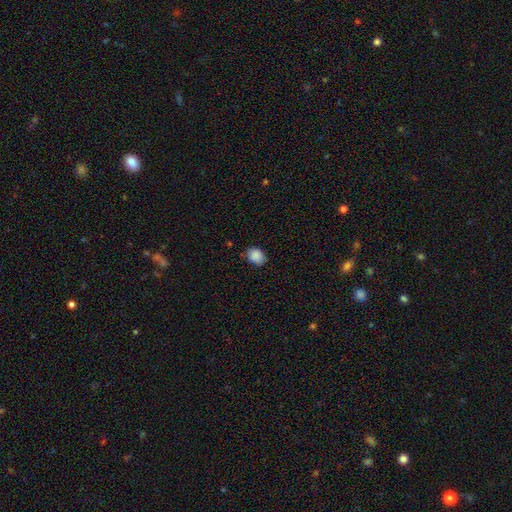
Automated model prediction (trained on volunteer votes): Smooth or featured: smooth — 88% (star or artifact — 9%)
How rounded: in between — 51% (round — 48%)
Merging: none — 76% (minor disturbance — 19%)